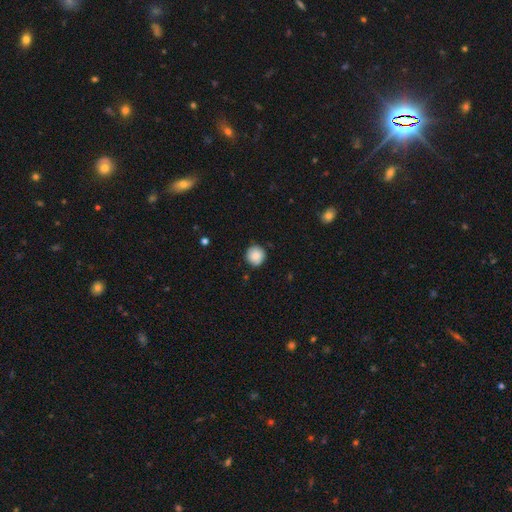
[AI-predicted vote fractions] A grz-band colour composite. It shows a smooth galaxy with no disk features (87%) that is round (93%). Merging: none (85%).